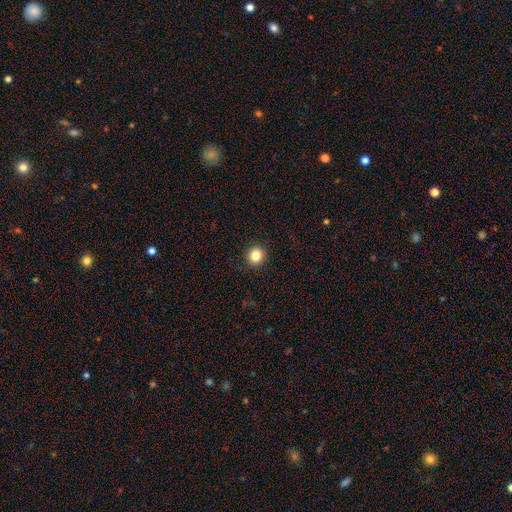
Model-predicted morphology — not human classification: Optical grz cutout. It shows a smooth galaxy with no disk features (85%) that is round (90%). Merging: none (93%).